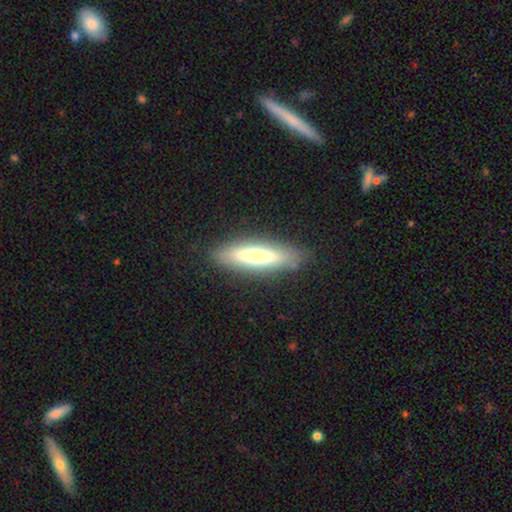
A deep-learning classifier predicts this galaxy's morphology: smooth_or_featured: smooth (p=0.52) [alt: featured or disk p=0.41]
how_rounded: cigar-shaped (p=0.64) [alt: in between p=0.34]
merging: none (p=0.83) [alt: minor disturbance p=0.12]